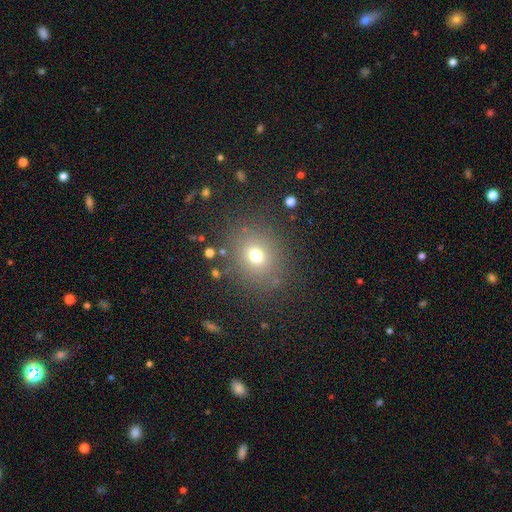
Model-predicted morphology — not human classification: The model was most divided on "how rounded": round: 72%, in between: 27%, cigar-shaped: 1%. More confident: merging — none (82%); smooth or featured — smooth (70%).